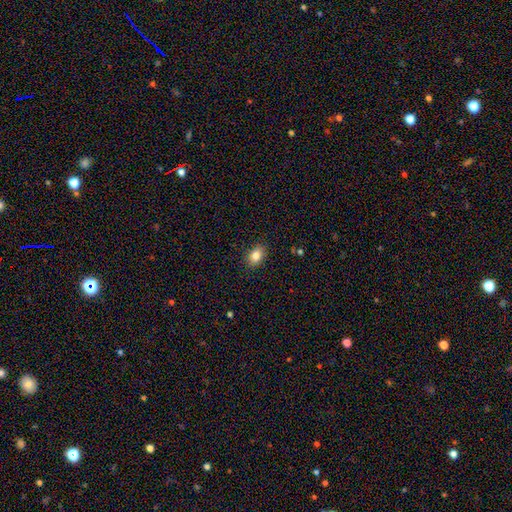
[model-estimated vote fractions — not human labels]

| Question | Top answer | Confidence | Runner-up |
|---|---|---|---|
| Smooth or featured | smooth | 83% | star or artifact (9%) |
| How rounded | in between | 78% | round (21%) |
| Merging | none | 87% | minor disturbance (10%) |